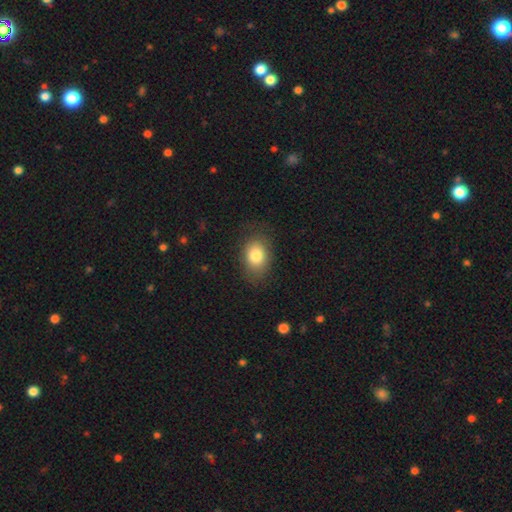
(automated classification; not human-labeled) smooth 81%, featured or disk 10%, star or artifact 9%. Down the decision tree: how rounded — in between (72%); merging — none (78%).